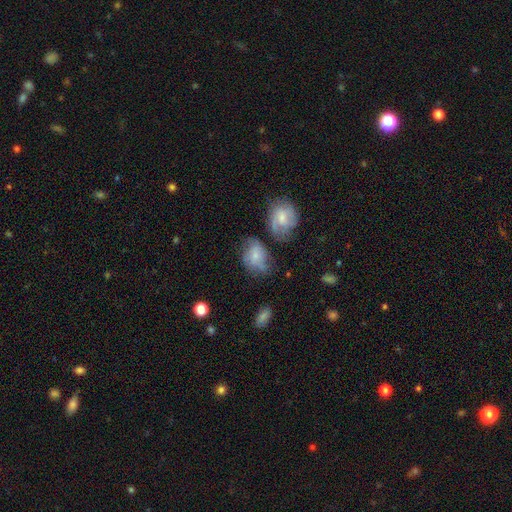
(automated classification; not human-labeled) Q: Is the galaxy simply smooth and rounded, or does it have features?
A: smooth — 58%.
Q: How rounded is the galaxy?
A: in between — 69%.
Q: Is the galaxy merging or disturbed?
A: none — 43%.